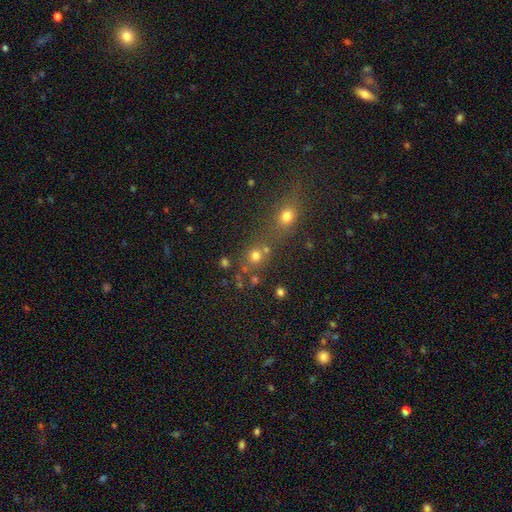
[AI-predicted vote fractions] Smooth or featured? Predicted: smooth (p=0.67). How rounded? Predicted: round (p=0.85). Merging? Predicted: none (p=0.52).